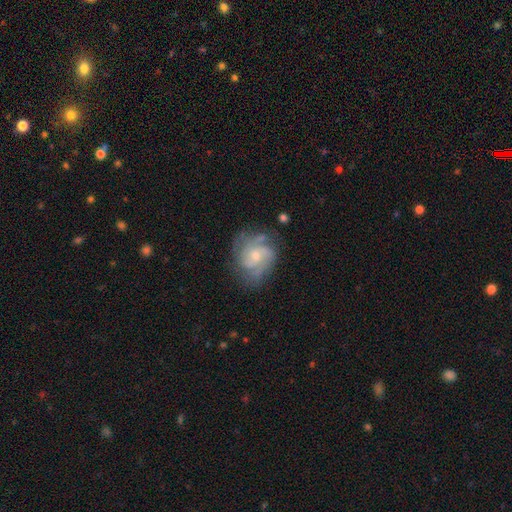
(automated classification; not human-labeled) Smooth or featured? Predicted: featured or disk (p=0.78). Edge-on disk? Predicted: no (p=0.98). Bar? Predicted: no (p=0.69). Spiral arms? Predicted: yes (p=0.92). Spiral winding? Predicted: tight (p=0.44). Spiral arm count? Predicted: 3 (p=0.30). Bulge size? Predicted: small (p=0.59). Merging? Predicted: none (p=0.66).